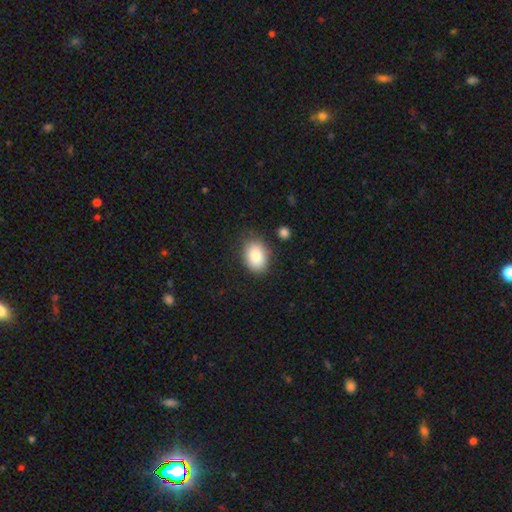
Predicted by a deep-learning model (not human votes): Smooth or featured? Predicted: smooth (p=0.83). How rounded? Predicted: in between (p=0.76). Merging? Predicted: none (p=0.79).